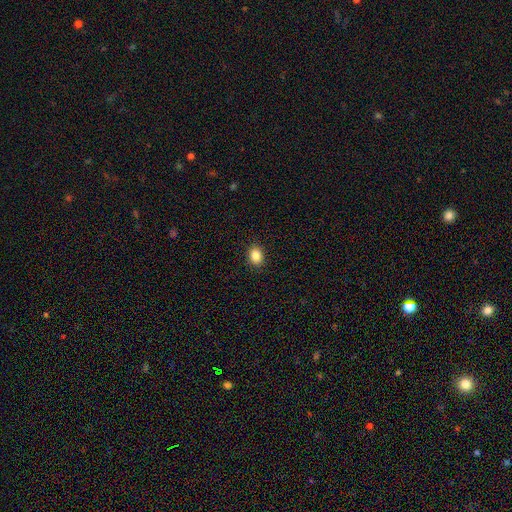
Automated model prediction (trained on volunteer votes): A smooth galaxy with no disk features (86%) that is in between round and cigar-shaped (58%).

Vote fractions:
- Smooth or featured? smooth: 86% / star or artifact: 10% / featured or disk: 5%
- How rounded? in between: 58% / round: 41% / cigar-shaped: 1%
- Merging? none: 91% / minor disturbance: 7% / major disturbance: 2% / merger: 1%